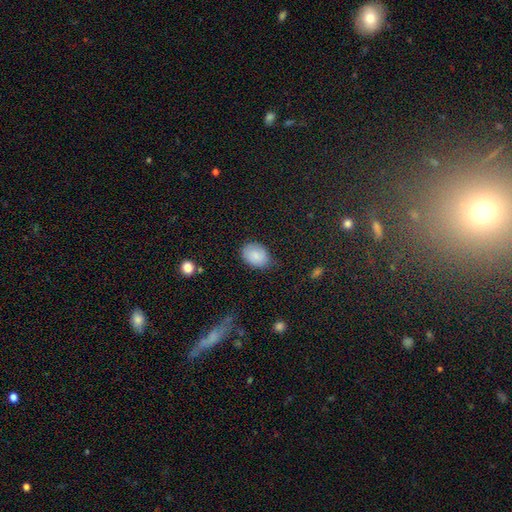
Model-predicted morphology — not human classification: A smooth galaxy with no disk features (81%) that is in between round and cigar-shaped (75%). Merging: none (75%).